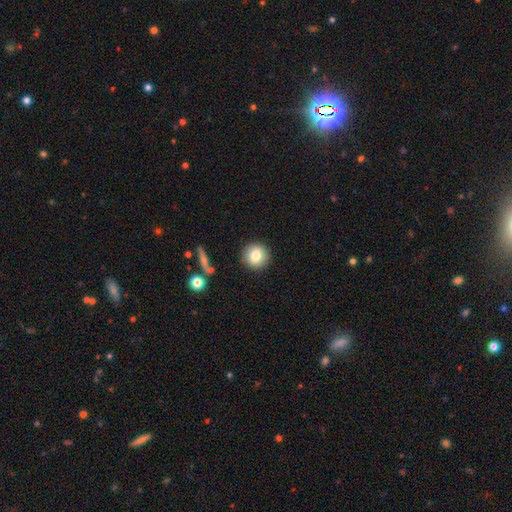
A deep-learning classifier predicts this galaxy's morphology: Smooth or featured? Predicted: smooth (p=0.81). How rounded? Predicted: round (p=0.94). Merging? Predicted: none (p=0.90).